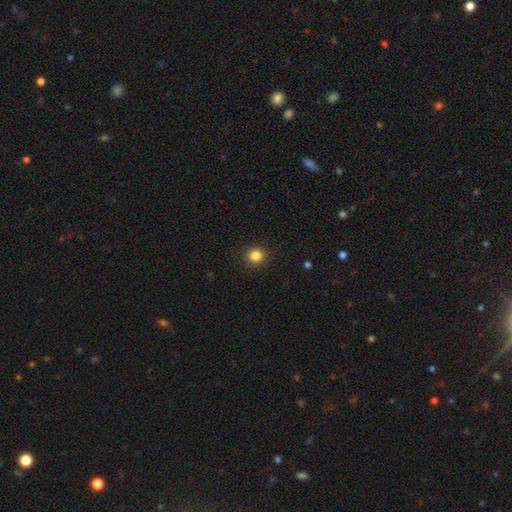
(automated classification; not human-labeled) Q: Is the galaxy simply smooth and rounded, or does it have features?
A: smooth — 84%.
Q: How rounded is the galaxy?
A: round — 93%.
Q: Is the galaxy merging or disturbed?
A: none — 92%.